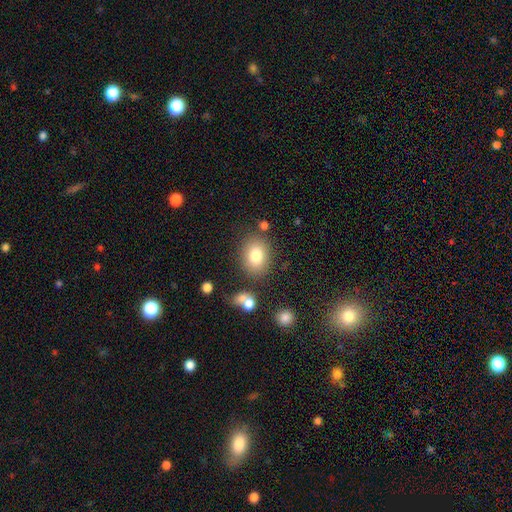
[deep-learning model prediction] Smooth or featured? smooth (80%)
How rounded? in between (53%)
Merging? none (78%)